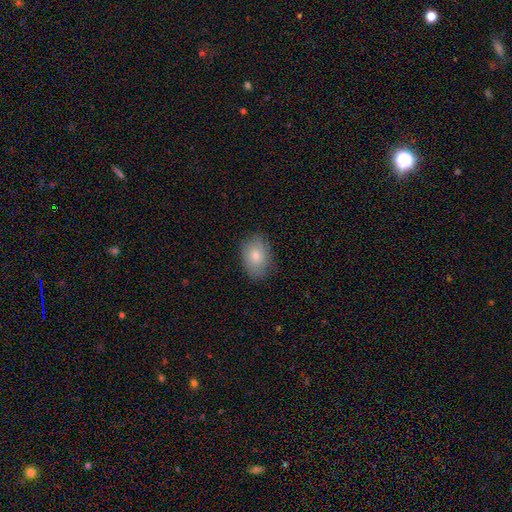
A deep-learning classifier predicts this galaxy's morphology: smooth_or_featured: smooth (p=0.74) [alt: featured or disk p=0.17]
how_rounded: in between (p=0.74) [alt: round p=0.25]
merging: none (p=0.82) [alt: minor disturbance p=0.14]